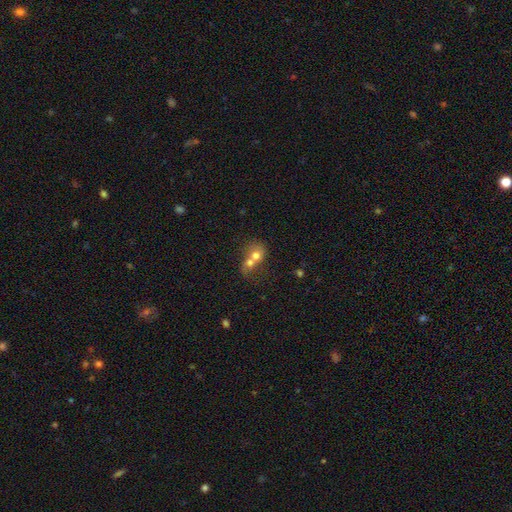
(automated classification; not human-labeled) A smooth galaxy with no disk features (65%) that is round (63%).

Vote fractions:
- Smooth or featured? smooth: 65% / featured or disk: 25% / star or artifact: 10%
- How rounded? round: 63% / in between: 36% / cigar-shaped: 1%
- Merging? merger: 77% / none: 14% / minor disturbance: 5% / major disturbance: 4%